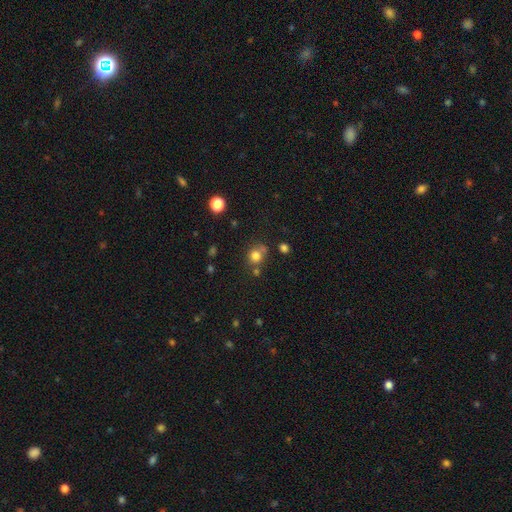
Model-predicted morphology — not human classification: Smooth or featured? Predicted: smooth (p=0.79). How rounded? Predicted: round (p=0.80). Merging? Predicted: none (p=0.59).